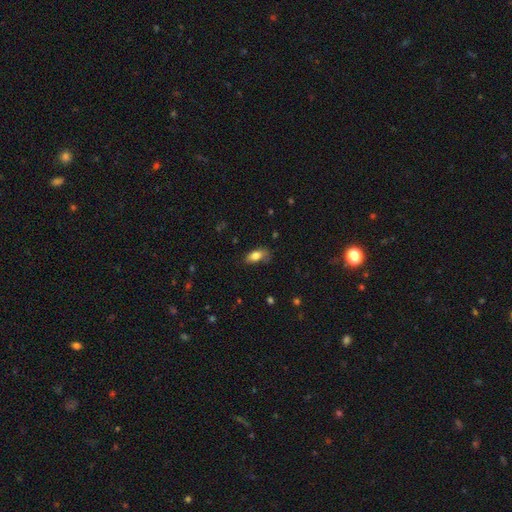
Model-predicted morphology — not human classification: Smooth or featured? Predicted: smooth (p=0.80). How rounded? Predicted: in between (p=0.88). Merging? Predicted: none (p=0.60).